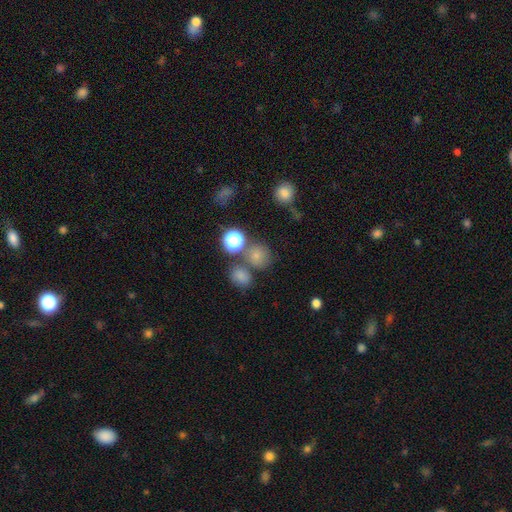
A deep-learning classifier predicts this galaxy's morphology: Smooth or featured?
  - smooth: 73% *
  - star or artifact: 19%
  - featured or disk: 8%
How rounded?
  - round: 79% *
  - in between: 20%
  - cigar-shaped: 1%
Merging?
  - none: 60% *
  - merger: 24%
  - minor disturbance: 11%
  - major disturbance: 5%